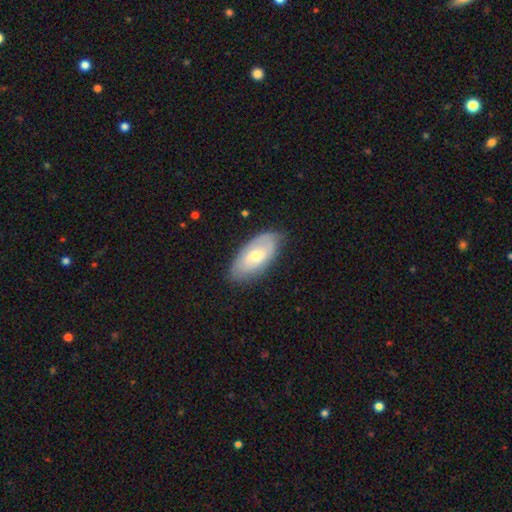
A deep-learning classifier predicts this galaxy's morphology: type=smooth (51%); roundness=in between (92%); merging=none (78%).